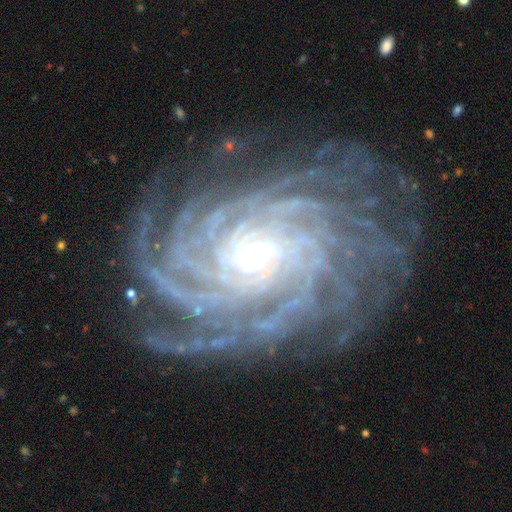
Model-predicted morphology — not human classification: Smooth or featured? Predicted: featured or disk (p=0.91). Edge-on disk? Predicted: no (p=0.97). Bar? Predicted: no (p=0.69). Spiral arms? Predicted: yes (p=0.99). Spiral winding? Predicted: tight (p=0.83). Spiral arm count? Predicted: more than 4 (p=0.50). Bulge size? Predicted: small (p=0.84). Merging? Predicted: none (p=0.80).